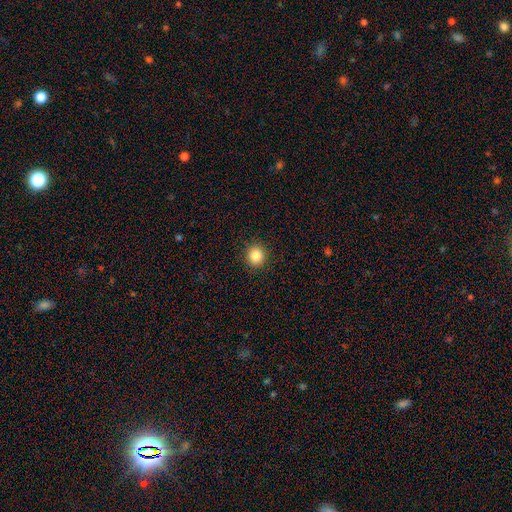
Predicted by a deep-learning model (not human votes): A smooth galaxy with no disk features (84%) that is round (89%). Merging: none (92%).